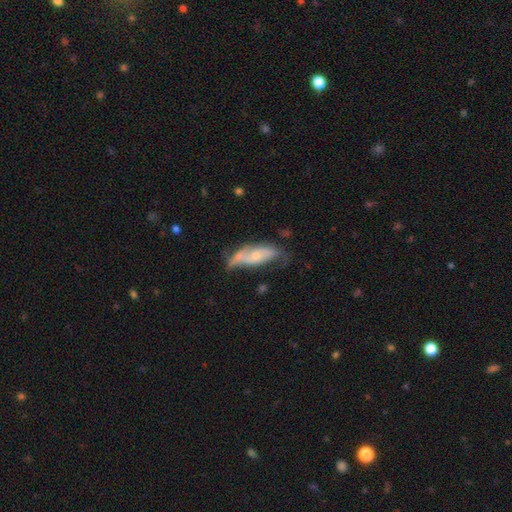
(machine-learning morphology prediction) The model was most divided on "merging": none: 36%, minor disturbance: 33%, major disturbance: 21%, merger: 11%. More confident: edge-on disk — no (79%); smooth or featured — featured or disk (53%).